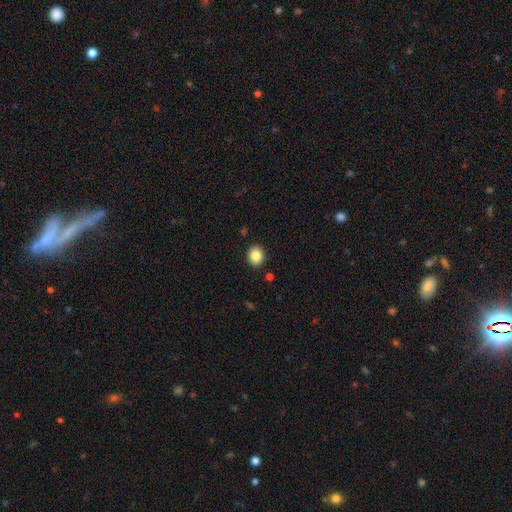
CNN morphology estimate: smooth_or_featured: smooth (p=0.85) [alt: star or artifact p=0.09]
how_rounded: round (p=0.68) [alt: in between p=0.31]
merging: none (p=0.90) [alt: minor disturbance p=0.06]